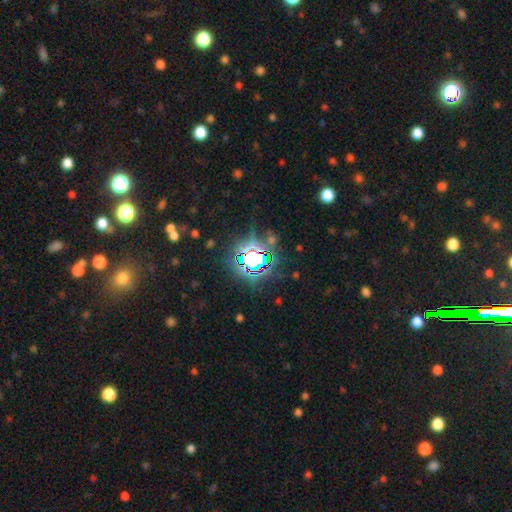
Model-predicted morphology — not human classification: Smooth or featured? Predicted: star or artifact (p=0.80).